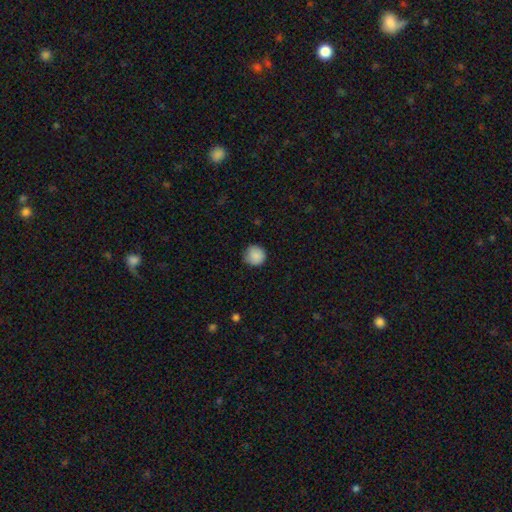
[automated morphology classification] This appears to be a smooth galaxy with no disk features (87%) that is round (94%). Merging: none (80%).